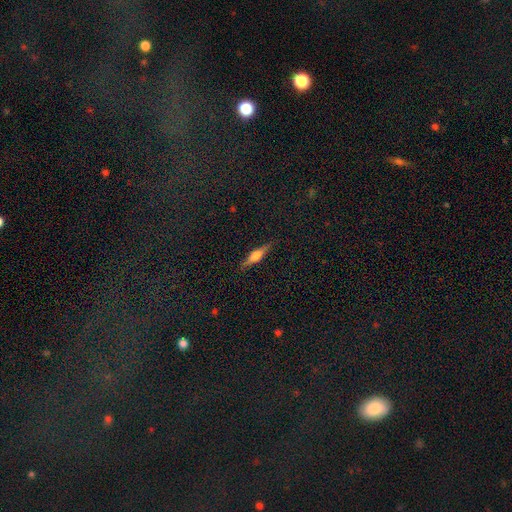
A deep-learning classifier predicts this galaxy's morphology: smooth-or-featured: featured or disk: 54% | smooth: 38% | star or artifact: 8%
  disk-edge-on: yes: 96% | no: 4%
    edge-on-bulge: rounded: 74% | boxy: 20% | none: 5%
  merging: none: 87% | minor disturbance: 10% | major disturbance: 2% | merger: 1%